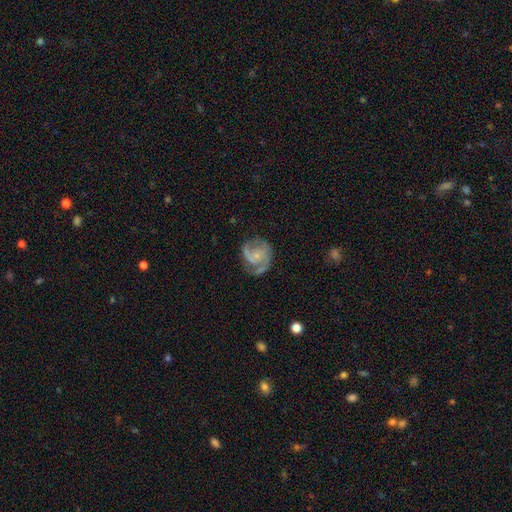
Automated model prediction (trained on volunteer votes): This is clearly a featured or disk galaxy (83%). It is clearly not viewed edge-on (98%). Bar: likely no (67%). Spiral arm pattern: clearly yes (95%). Spiral arm count: likely 2 (72%). Spiral winding: possibly medium (51%). Central bulge: likely small (71%). Merging: likely none (65%).